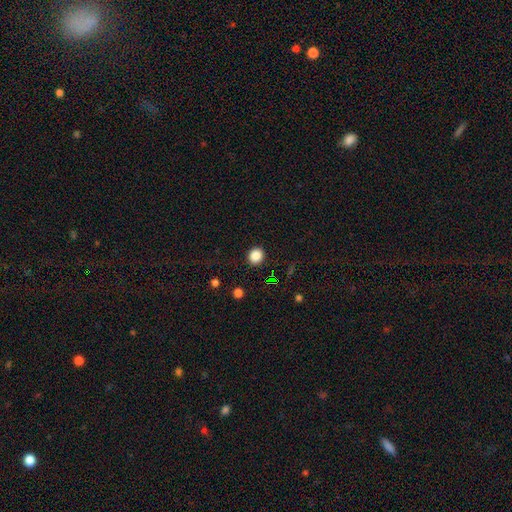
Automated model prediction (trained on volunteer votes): This appears to be a smooth galaxy with no disk features (85%) that is round (84%). Merging: none (91%).